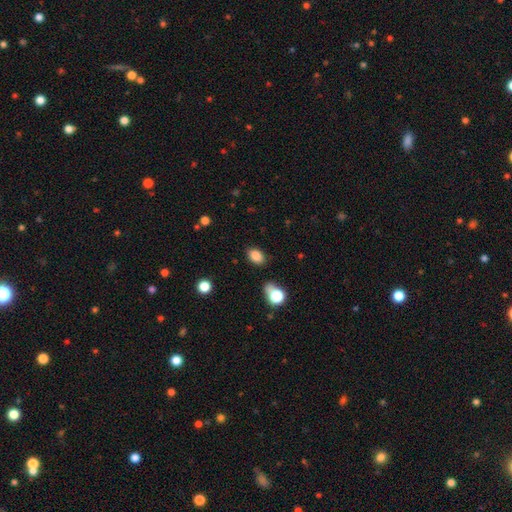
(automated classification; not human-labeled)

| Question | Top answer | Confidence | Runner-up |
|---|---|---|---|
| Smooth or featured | smooth | 84% | star or artifact (10%) |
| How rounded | in between | 82% | round (17%) |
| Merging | none | 80% | minor disturbance (13%) |